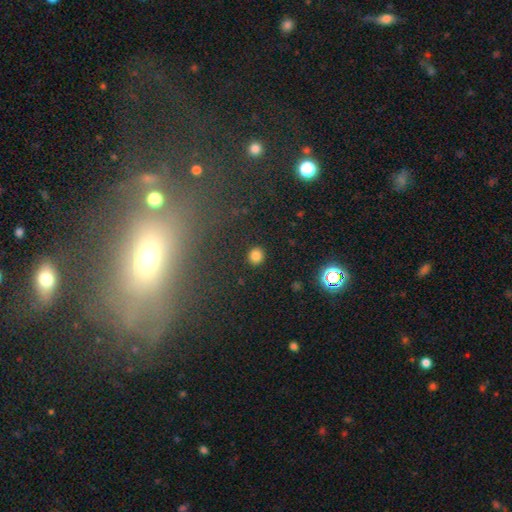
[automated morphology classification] type=smooth (82%); roundness=round (88%); merging=none (91%).